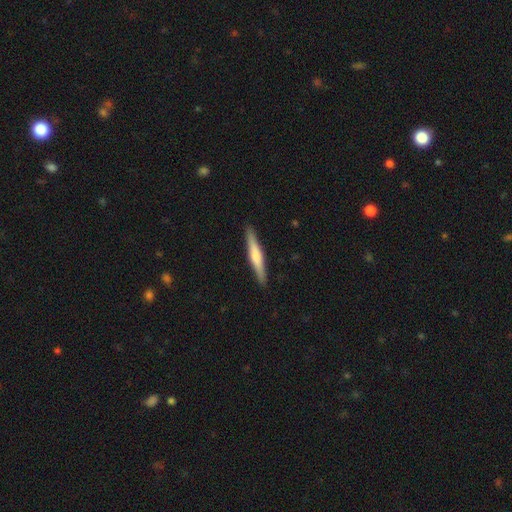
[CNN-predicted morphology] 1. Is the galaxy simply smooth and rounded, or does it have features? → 49% featured or disk, 46% smooth, 5% star or artifact.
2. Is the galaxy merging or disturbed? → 91% none, 6% minor disturbance, 1% major disturbance, 1% merger.